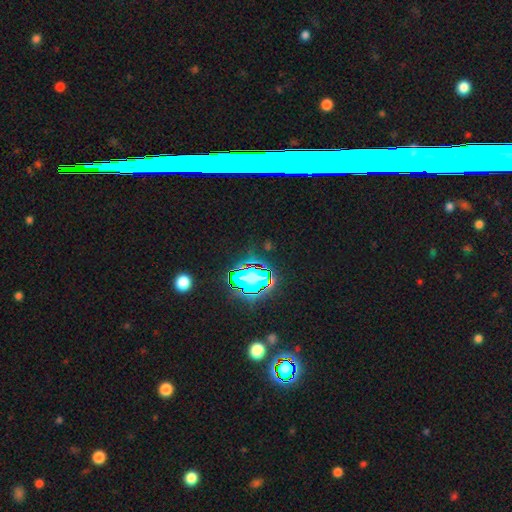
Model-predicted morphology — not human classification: smooth-or-featured: star or artifact: 65% | featured or disk: 19% | smooth: 17%